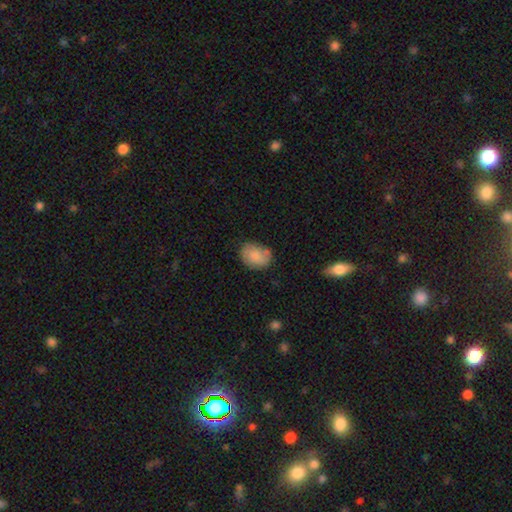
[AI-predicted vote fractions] Morphology: type=smooth (81%); roundness=in between (66%); merging=none (64%).